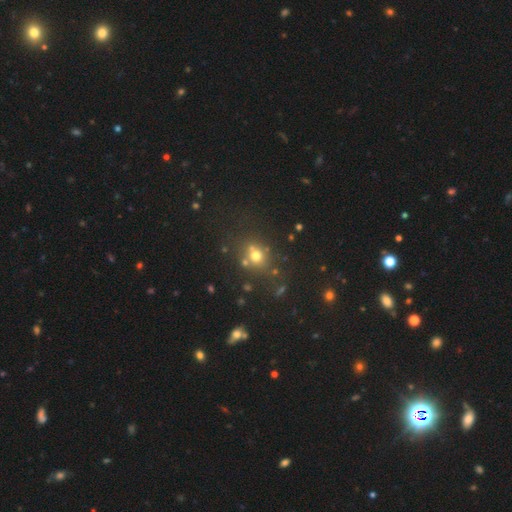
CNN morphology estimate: Smooth or featured? Predicted: smooth (p=0.64). How rounded? Predicted: round (p=0.72). Merging? Predicted: none (p=0.66).